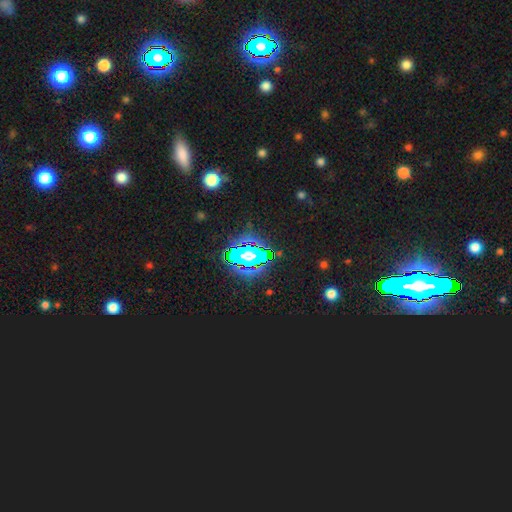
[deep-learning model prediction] smooth_or_featured: star or artifact (p=0.80) [alt: smooth p=0.11]